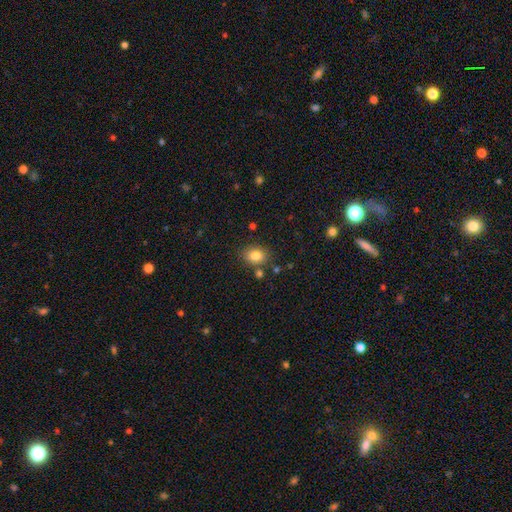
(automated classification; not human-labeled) This appears to be a smooth galaxy with no disk features (83%) that is in between round and cigar-shaped (62%). Merging: none (78%).